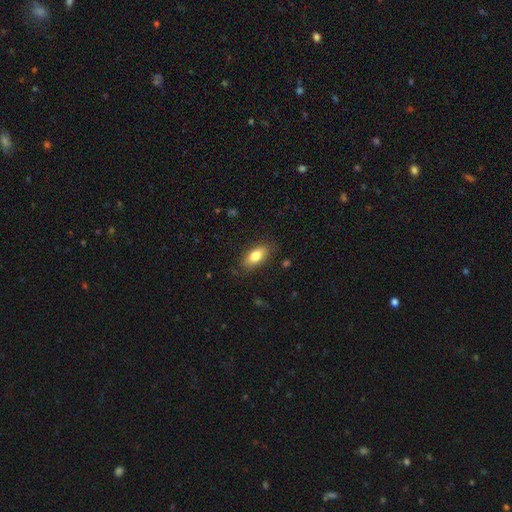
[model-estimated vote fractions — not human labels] This appears to be a smooth galaxy with no disk features (80%) that is in between round and cigar-shaped (87%). Merging: none (82%).